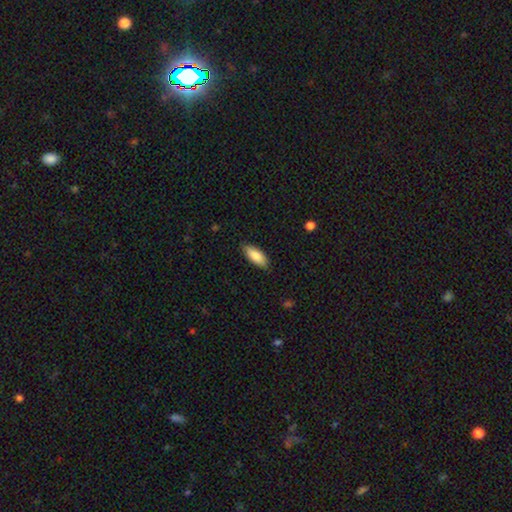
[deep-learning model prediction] smooth 85%, featured or disk 9%, star or artifact 6%. Down the decision tree: how rounded — in between (81%); merging — none (85%).